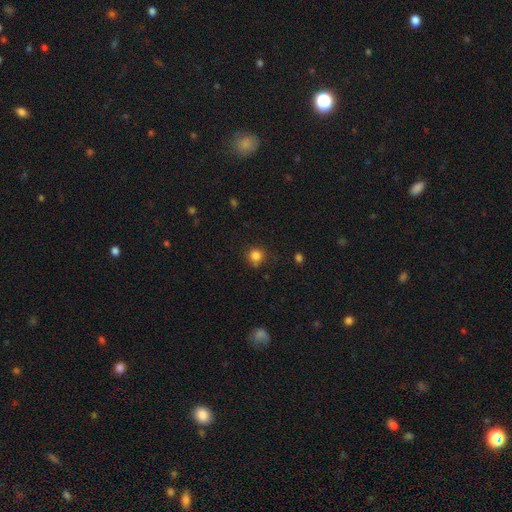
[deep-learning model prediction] Smooth or featured: smooth — 83% (star or artifact — 12%)
How rounded: round — 90% (in between — 9%)
Merging: none — 77% (minor disturbance — 17%)